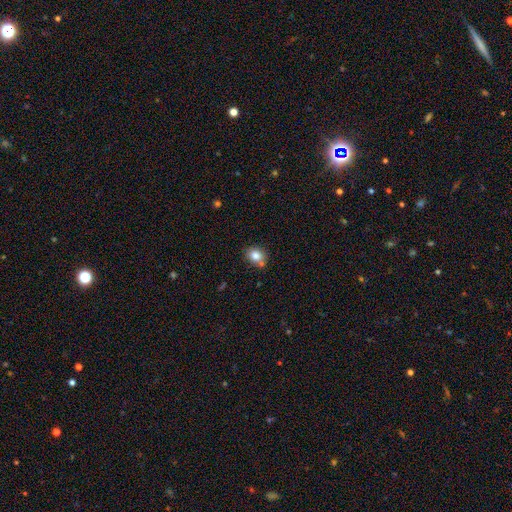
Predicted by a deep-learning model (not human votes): A smooth galaxy with no disk features (81%) that is round (59%). Merging: none (69%).